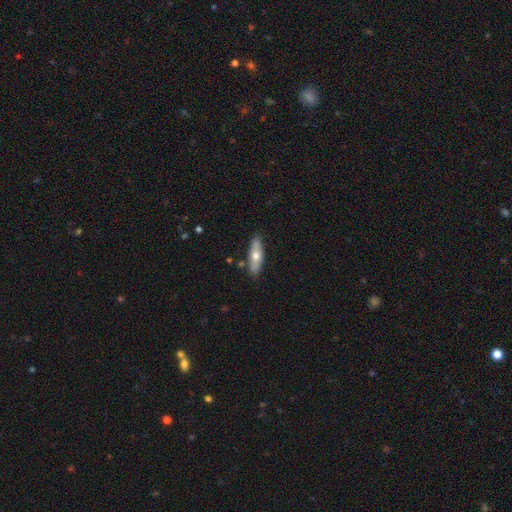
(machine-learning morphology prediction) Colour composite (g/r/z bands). It shows a smooth galaxy with no disk features (59%) that is in between round and cigar-shaped (53%). Merging: none (83%).